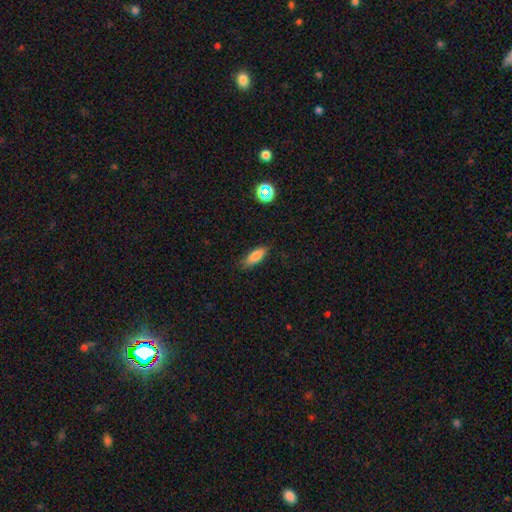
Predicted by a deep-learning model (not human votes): The model was most divided on "how rounded": in between: 65%, cigar-shaped: 32%, round: 3%. More confident: merging — none (82%); smooth or featured — smooth (79%).